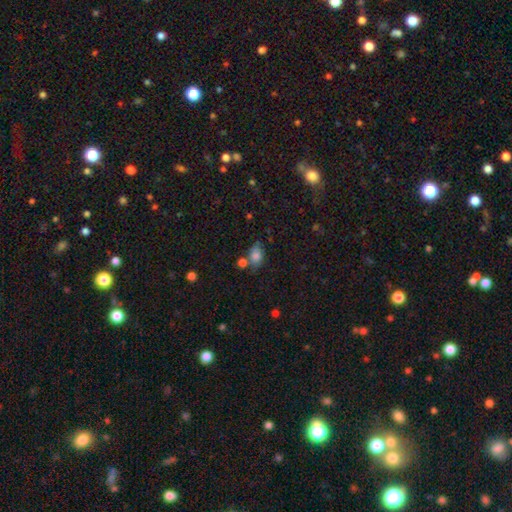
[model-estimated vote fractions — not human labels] This is likely a smooth galaxy (78%). How rounded: clearly in between (80%). Merging: possibly none (53%).